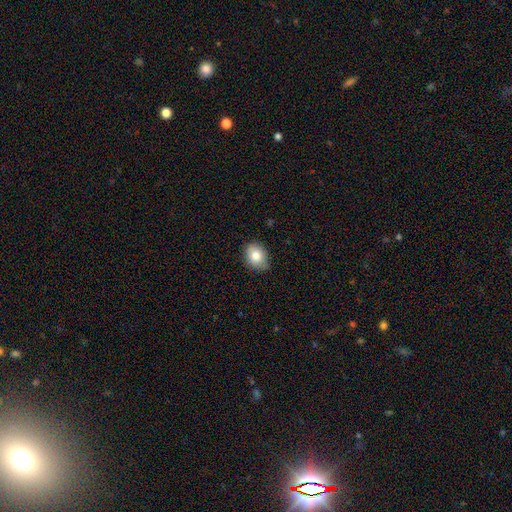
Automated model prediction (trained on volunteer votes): A smooth galaxy with no disk features (82%) that is in between round and cigar-shaped (55%).

Vote fractions:
- Smooth or featured? smooth: 82% / featured or disk: 10% / star or artifact: 9%
- How rounded? in between: 55% / round: 44% / cigar-shaped: 1%
- Merging? none: 75% / minor disturbance: 21% / major disturbance: 3% / merger: 1%